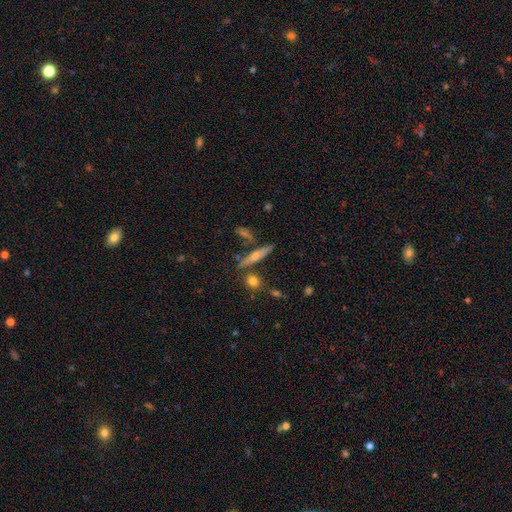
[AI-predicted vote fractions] smooth-or-featured: smooth: 48% | featured or disk: 43% | star or artifact: 9%
  merging: none: 73% | minor disturbance: 12% | merger: 11% | major disturbance: 4%